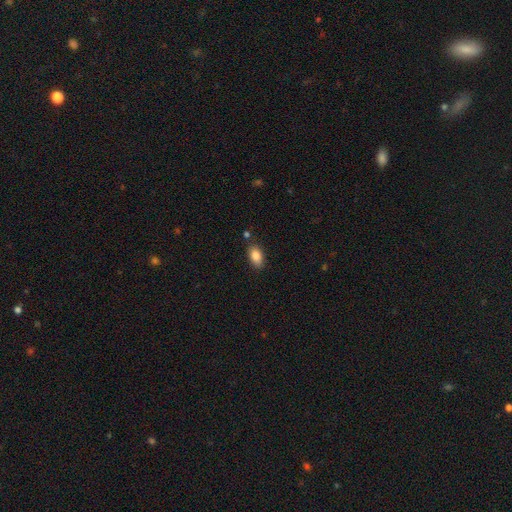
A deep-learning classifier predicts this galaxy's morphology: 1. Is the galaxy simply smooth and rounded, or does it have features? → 84% smooth, 8% star or artifact, 8% featured or disk.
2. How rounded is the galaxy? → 91% in between, 6% round, 3% cigar-shaped.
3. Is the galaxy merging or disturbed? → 82% none, 12% minor disturbance, 4% merger, 3% major disturbance.